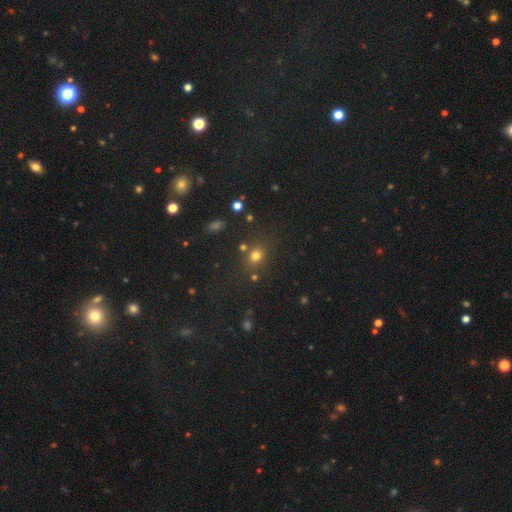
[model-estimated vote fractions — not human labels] smooth_or_featured: smooth (p=0.71) [alt: star or artifact p=0.21]
how_rounded: round (p=0.71) [alt: in between p=0.28]
merging: none (p=0.74) [alt: minor disturbance p=0.11]